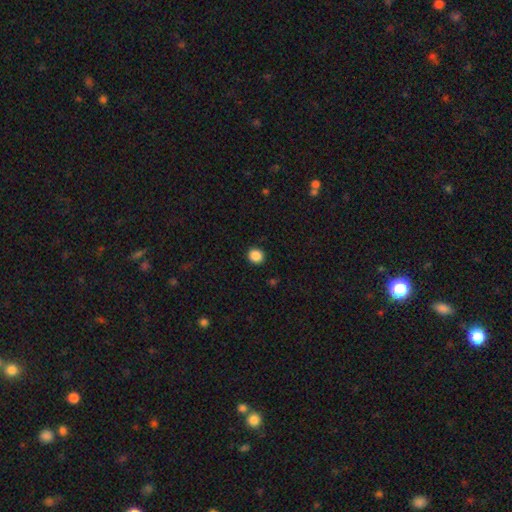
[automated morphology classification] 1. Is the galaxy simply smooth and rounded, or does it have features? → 88% smooth, 10% star or artifact, 3% featured or disk.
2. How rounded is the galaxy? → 86% round, 13% in between, 1% cigar-shaped.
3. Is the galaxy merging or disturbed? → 92% none, 5% minor disturbance, 2% major disturbance, 1% merger.